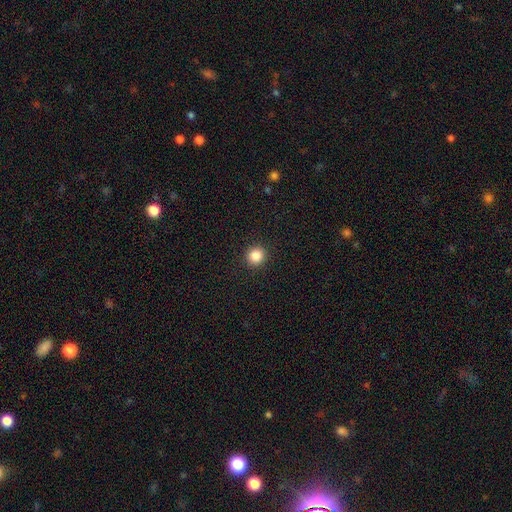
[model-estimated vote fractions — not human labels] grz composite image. It shows a smooth galaxy with no disk features (85%) that is round (93%). Merging: none (93%).